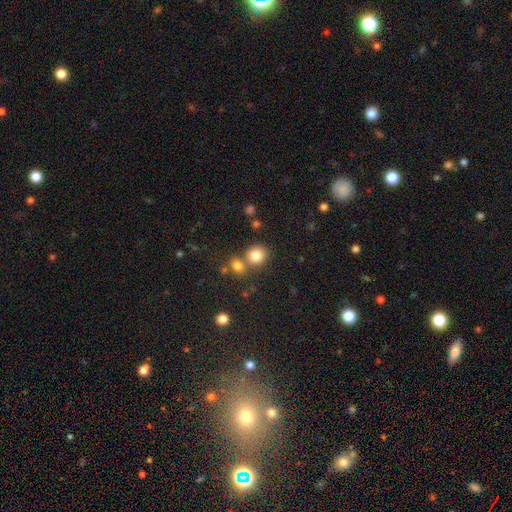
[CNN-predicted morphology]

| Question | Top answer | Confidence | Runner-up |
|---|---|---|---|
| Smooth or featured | smooth | 82% | star or artifact (11%) |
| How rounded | round | 76% | in between (23%) |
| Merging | none | 56% | merger (31%) |